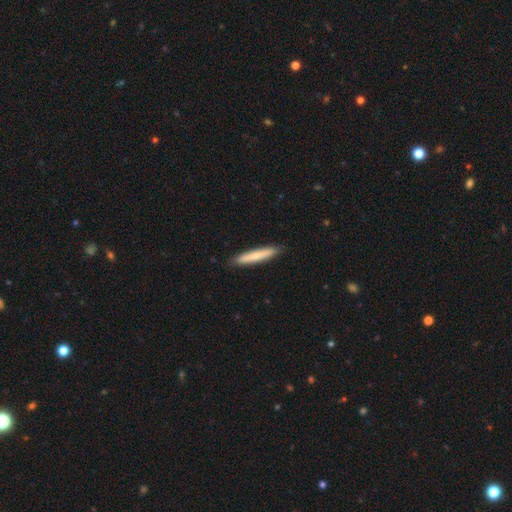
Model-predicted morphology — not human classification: This appears to be a smooth galaxy with no disk features (77%) that is cigar-shaped (94%). Merging: none (91%).